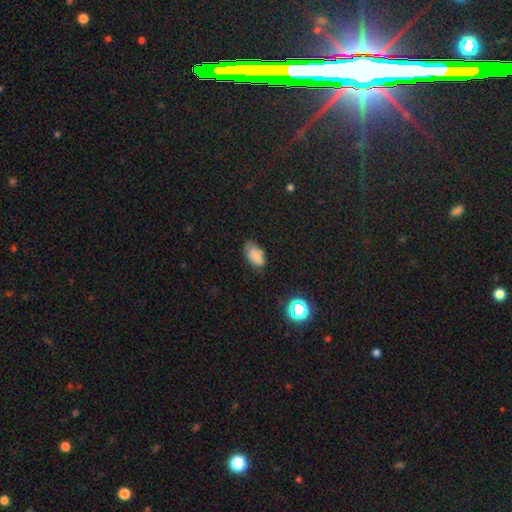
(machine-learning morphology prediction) A smooth galaxy with no disk features (75%) that is in between round and cigar-shaped (92%).

Vote fractions:
- Smooth or featured? smooth: 75% / star or artifact: 14% / featured or disk: 11%
- How rounded? in between: 92% / round: 5% / cigar-shaped: 4%
- Merging? none: 59% / minor disturbance: 30% / major disturbance: 8% / merger: 3%